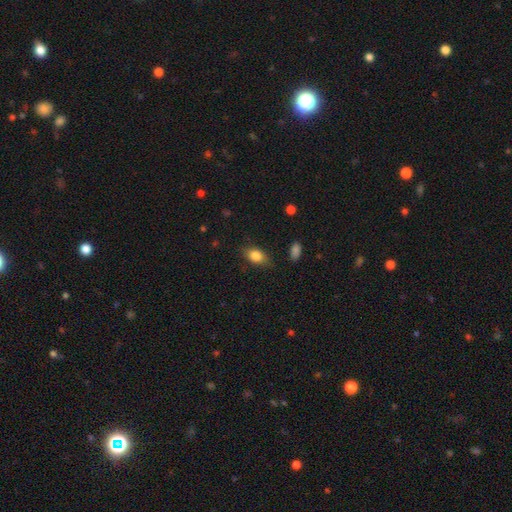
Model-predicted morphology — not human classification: Smooth or featured?
  - smooth: 84% *
  - star or artifact: 8%
  - featured or disk: 8%
How rounded?
  - in between: 83% *
  - round: 14%
  - cigar-shaped: 3%
Merging?
  - none: 78% *
  - minor disturbance: 16%
  - major disturbance: 4%
  - merger: 1%